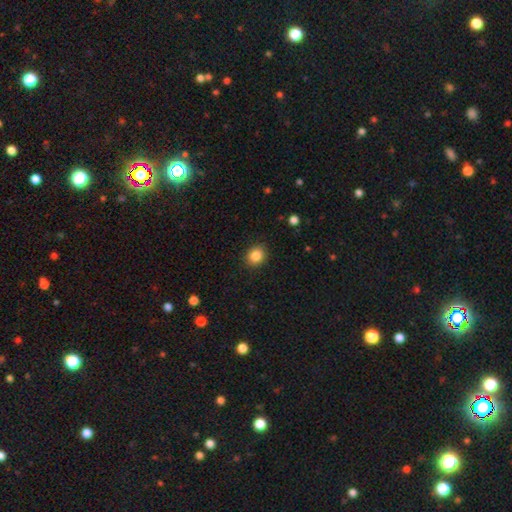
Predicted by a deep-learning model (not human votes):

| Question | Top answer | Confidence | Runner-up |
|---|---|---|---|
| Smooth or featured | smooth | 86% | star or artifact (10%) |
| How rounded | round | 67% | in between (32%) |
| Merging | none | 90% | minor disturbance (7%) |